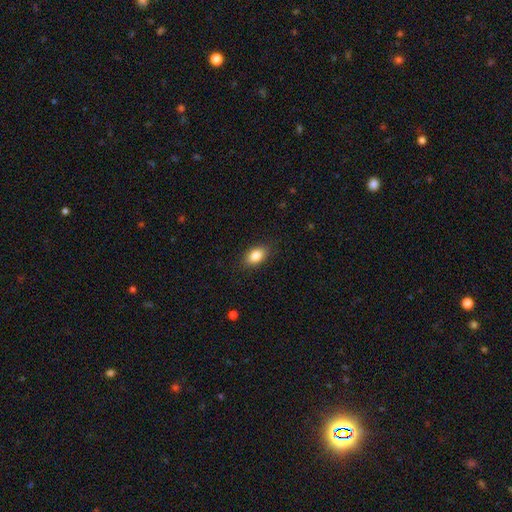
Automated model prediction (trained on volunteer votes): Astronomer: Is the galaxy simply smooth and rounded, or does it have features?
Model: smooth — 84%.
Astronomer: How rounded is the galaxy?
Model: in between — 87%.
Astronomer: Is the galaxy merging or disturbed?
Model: none — 86%.